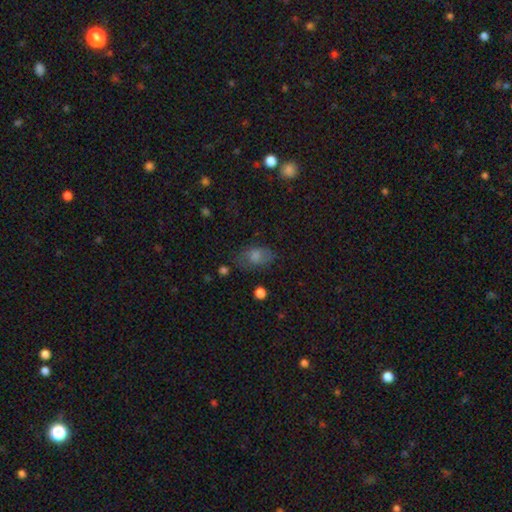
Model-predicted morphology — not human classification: Smooth or featured?
  - smooth: 54% *
  - featured or disk: 24%
  - star or artifact: 22%
How rounded?
  - in between: 78% *
  - round: 19%
  - cigar-shaped: 2%
Merging?
  - none: 71% *
  - minor disturbance: 19%
  - major disturbance: 7%
  - merger: 2%